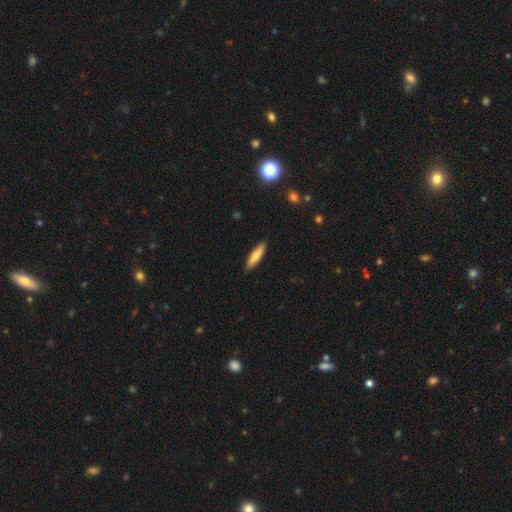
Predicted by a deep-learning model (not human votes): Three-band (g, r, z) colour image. It shows a smooth galaxy with no disk features (76%) that is cigar-shaped (75%). Merging: none (88%).